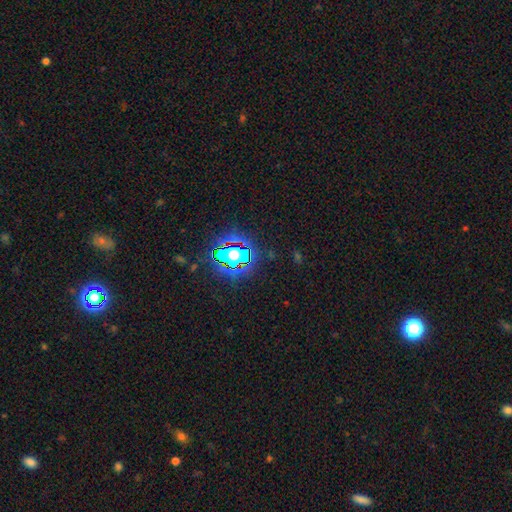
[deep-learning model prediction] Overall: star or artifact (79%).